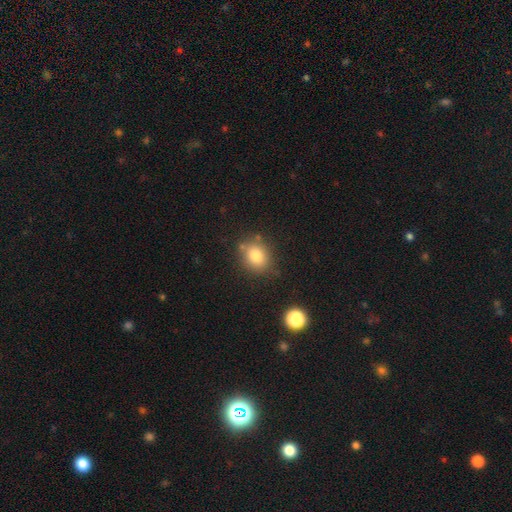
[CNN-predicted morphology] Overall: smooth (80%). How rounded: round (60%; in between 39%). Merging: none (76%).